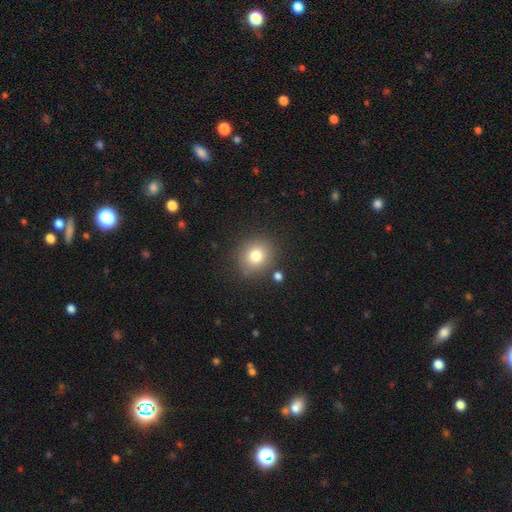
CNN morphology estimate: Smooth or featured? smooth (79%)
How rounded? round (80%)
Merging? none (83%)